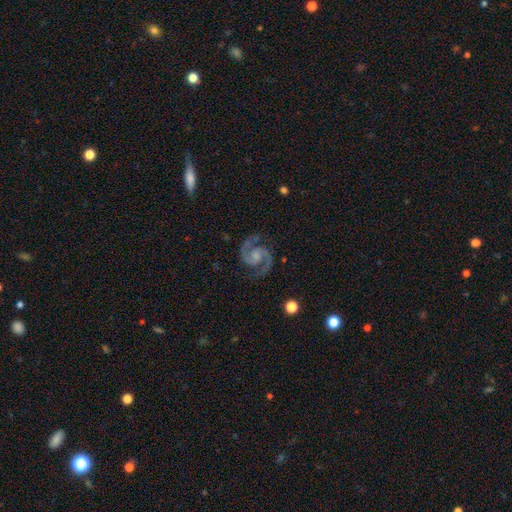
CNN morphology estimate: Smooth or featured? Predicted: featured or disk (p=0.94). Edge-on disk? Predicted: no (p=0.99). Bar? Predicted: no (p=0.59). Spiral arms? Predicted: yes (p=0.99). Spiral winding? Predicted: medium (p=0.64). Spiral arm count? Predicted: 2 (p=0.95). Bulge size? Predicted: small (p=0.38). Merging? Predicted: none (p=0.83).